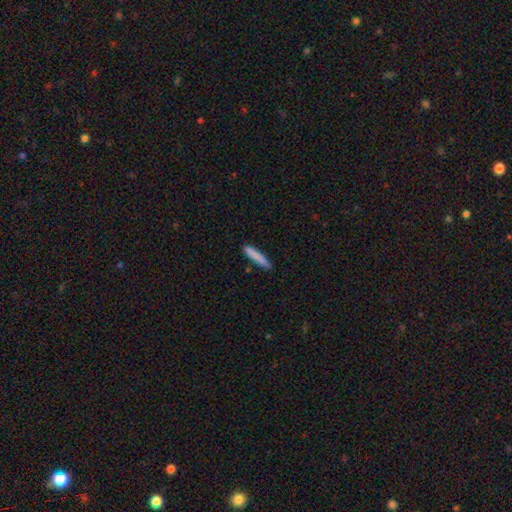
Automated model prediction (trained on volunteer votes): smooth_or_featured: smooth (p=0.82) [alt: featured or disk p=0.11]
how_rounded: cigar-shaped (p=0.92) [alt: in between p=0.07]
merging: none (p=0.84) [alt: minor disturbance p=0.12]